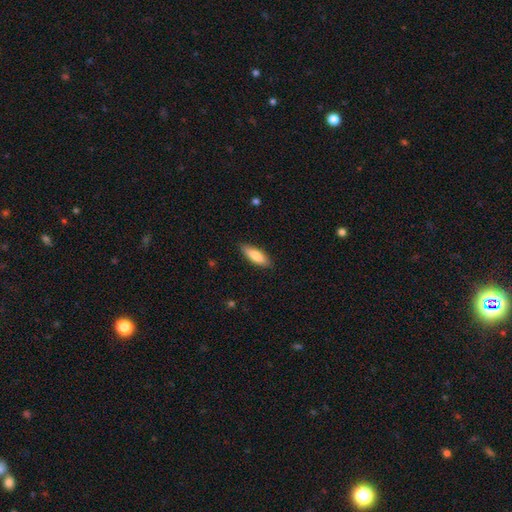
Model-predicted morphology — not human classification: This appears to be a smooth galaxy with no disk features (79%) that is in between round and cigar-shaped (52%). Merging: none (87%).